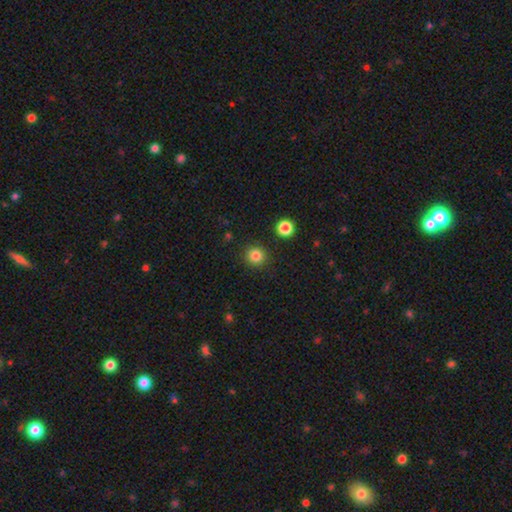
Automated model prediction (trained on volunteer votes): Overall: smooth (83%). How rounded: round (92%). Merging: none (90%).